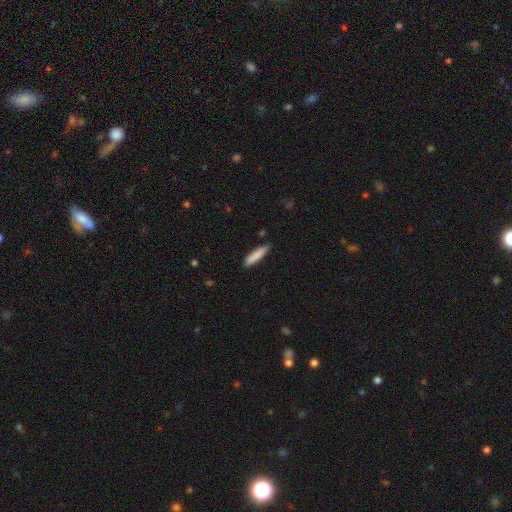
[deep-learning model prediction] This appears to be a smooth galaxy with no disk features (85%) that is cigar-shaped (83%). Merging: none (84%).